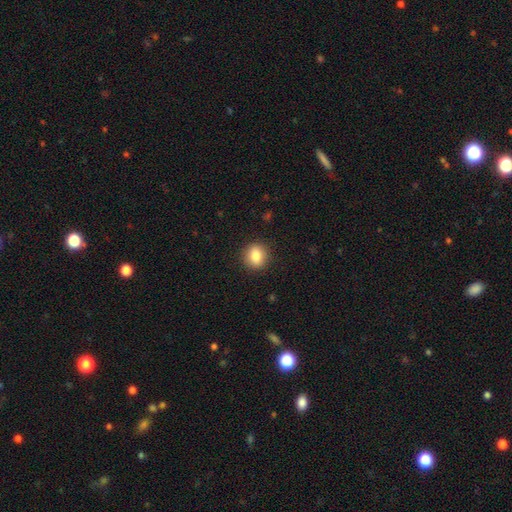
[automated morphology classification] Smooth or featured? Predicted: smooth (p=0.83). How rounded? Predicted: round (p=0.72). Merging? Predicted: none (p=0.89).